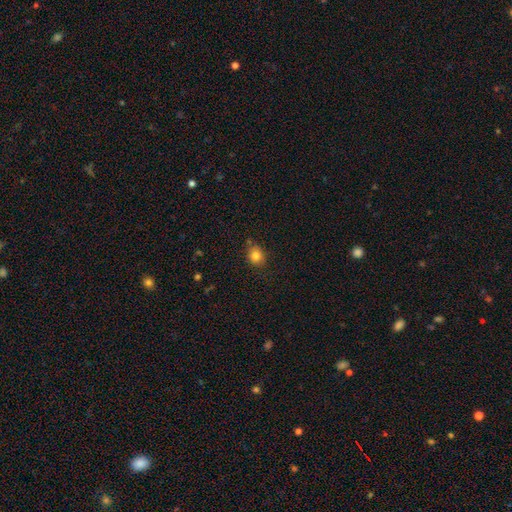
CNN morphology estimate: The model was most divided on "how rounded": round: 65%, in between: 34%, cigar-shaped: 1%. More confident: smooth or featured — smooth (82%); merging — none (79%).